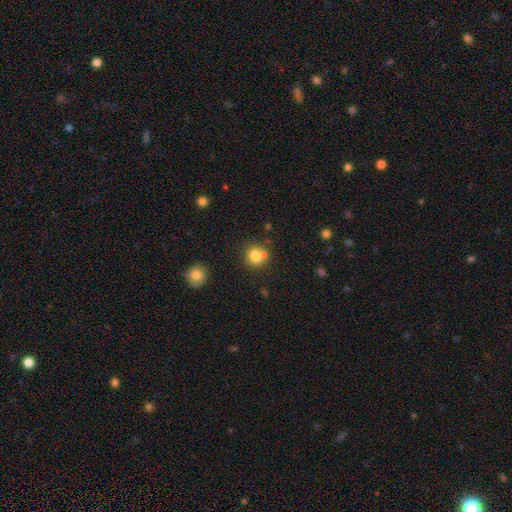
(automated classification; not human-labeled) Q: Smooth or featured?
A: smooth (79%); runner-up: star or artifact (11%)
Q: How rounded?
A: round (88%); runner-up: in between (11%)
Q: Merging?
A: none (63%); runner-up: merger (23%)